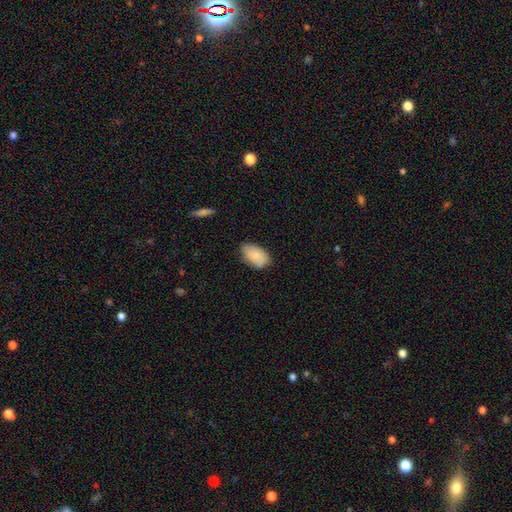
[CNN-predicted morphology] smooth 83%, featured or disk 11%, star or artifact 7%. Down the decision tree: how rounded — in between (93%); merging — none (65%).